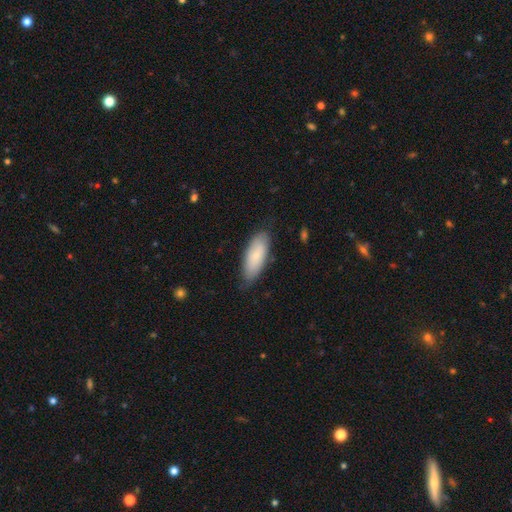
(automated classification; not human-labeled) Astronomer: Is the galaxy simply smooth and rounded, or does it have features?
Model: smooth — 76%.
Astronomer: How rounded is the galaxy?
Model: in between — 75%.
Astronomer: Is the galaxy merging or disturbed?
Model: none — 78%.